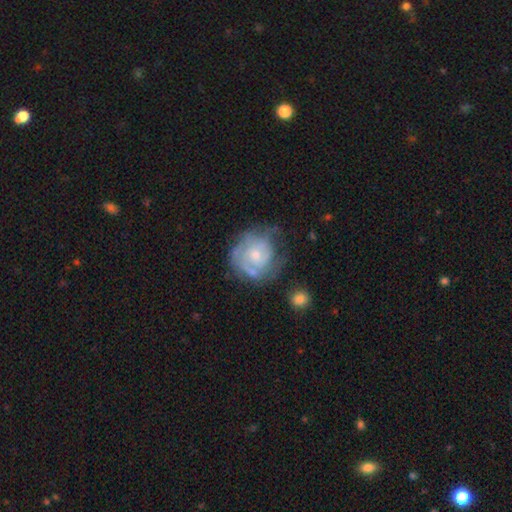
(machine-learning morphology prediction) A featured or disk galaxy (70%) with no bar (74%), tight (62%) spiral arms (79%) and a small central bulge (56%). Merging: none (56%).